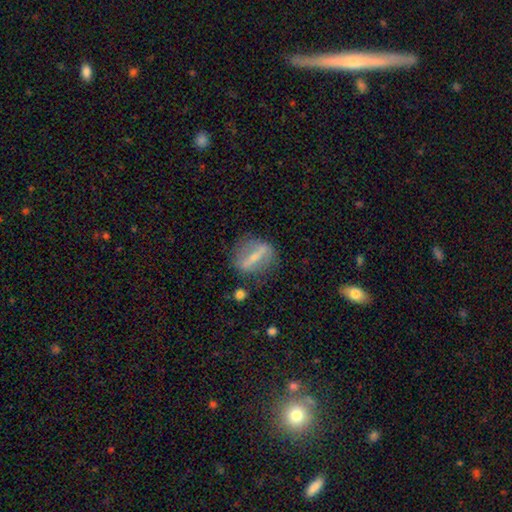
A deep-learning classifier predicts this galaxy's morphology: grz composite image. It shows a featured or disk galaxy (64%). Merging: none (76%).